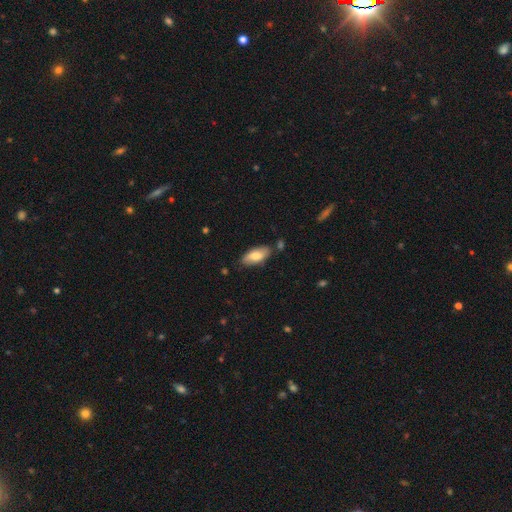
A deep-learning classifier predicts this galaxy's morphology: A smooth galaxy with no disk features (74%) that is in between round and cigar-shaped (86%).

Vote fractions:
- Smooth or featured? smooth: 74% / featured or disk: 20% / star or artifact: 6%
- How rounded? in between: 86% / cigar-shaped: 12% / round: 2%
- Merging? none: 78% / minor disturbance: 16% / merger: 4% / major disturbance: 3%